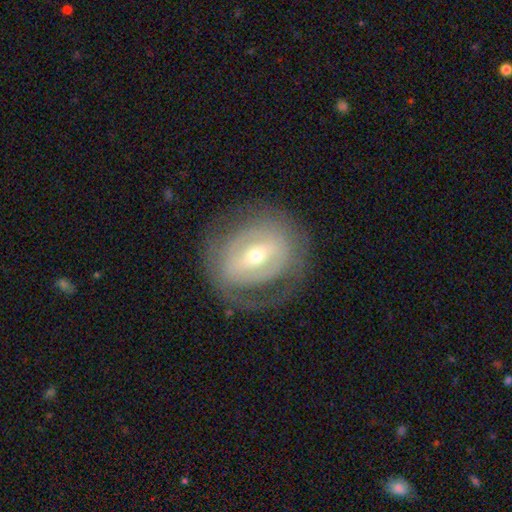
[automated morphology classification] smooth-or-featured: featured or disk: 71% | smooth: 22% | star or artifact: 6%
  disk-edge-on: no: 94% | yes: 6%
    bar: strong: 46% | weak: 35% | no: 18%
    has-spiral-arms: yes: 53% | no: 47%
    bulge-size: moderate: 51% | small: 44% | large: 4% | dominant: 1% | none: 1%
  merging: none: 70% | minor disturbance: 16% | major disturbance: 13% | merger: 1%